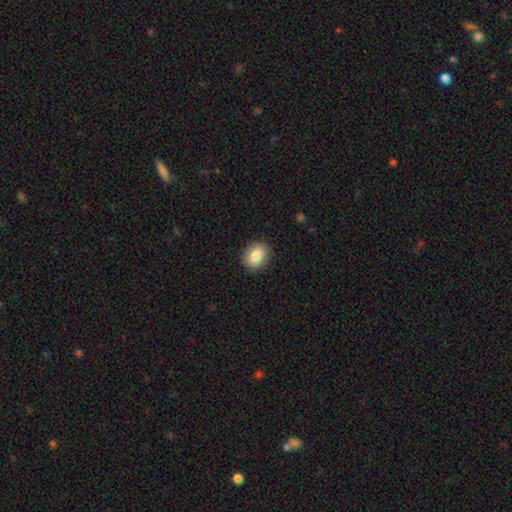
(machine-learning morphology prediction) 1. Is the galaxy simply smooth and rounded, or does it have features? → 84% smooth, 8% featured or disk, 8% star or artifact.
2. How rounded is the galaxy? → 55% round, 44% in between, 1% cigar-shaped.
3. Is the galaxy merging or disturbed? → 90% none, 7% minor disturbance, 2% major disturbance, 1% merger.